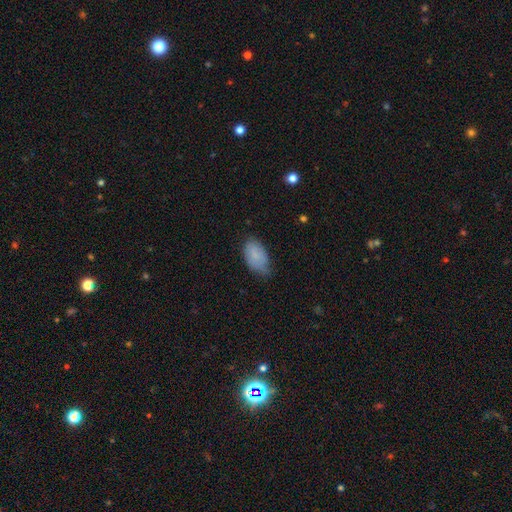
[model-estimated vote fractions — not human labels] Smooth or featured? smooth (81%)
How rounded? in between (94%)
Merging? none (49%)